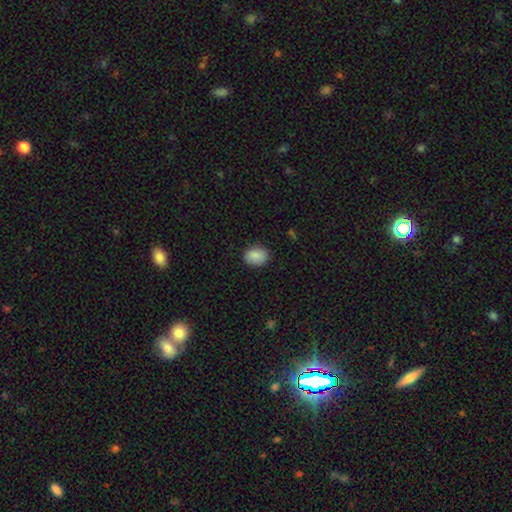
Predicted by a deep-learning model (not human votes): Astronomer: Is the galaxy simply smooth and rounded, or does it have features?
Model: smooth — 87%.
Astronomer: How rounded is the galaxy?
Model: in between — 64%.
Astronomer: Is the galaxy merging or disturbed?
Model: none — 83%.